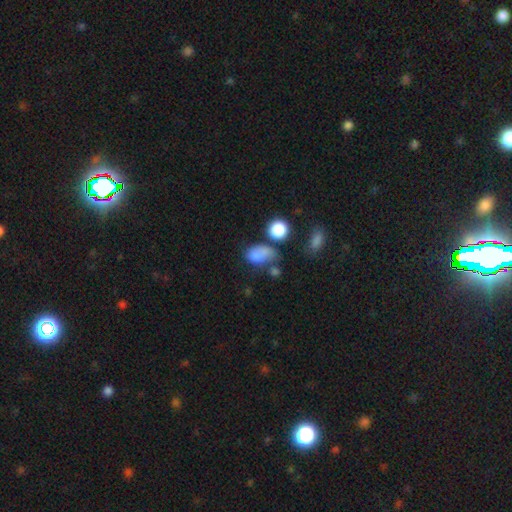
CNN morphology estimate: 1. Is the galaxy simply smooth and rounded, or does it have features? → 74% smooth, 13% star or artifact, 13% featured or disk.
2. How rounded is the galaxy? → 77% in between, 21% round, 2% cigar-shaped.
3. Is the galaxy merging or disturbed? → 33% none, 24% minor disturbance, 23% merger, 20% major disturbance.